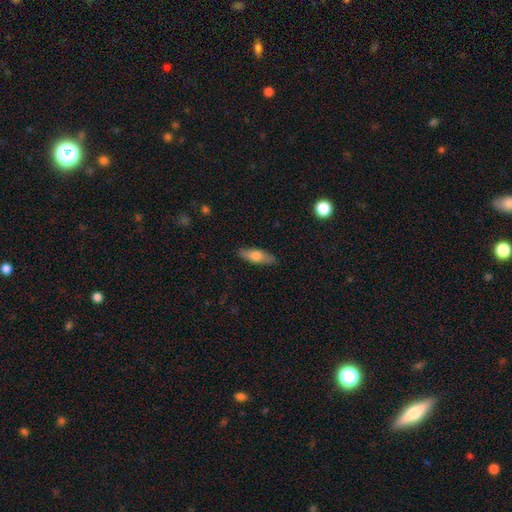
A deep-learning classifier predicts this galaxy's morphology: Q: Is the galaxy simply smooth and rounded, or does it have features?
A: smooth — 67%.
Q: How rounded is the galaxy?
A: in between — 54%.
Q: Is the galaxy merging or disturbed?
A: none — 87%.